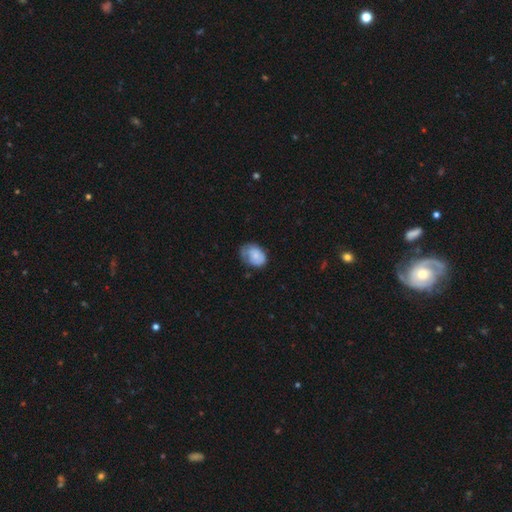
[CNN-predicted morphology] smooth-or-featured: smooth: 72% | featured or disk: 21% | star or artifact: 7%
  how-rounded: in between: 72% | round: 27% | cigar-shaped: 1%
  merging: none: 42% | minor disturbance: 38% | major disturbance: 17% | merger: 2%